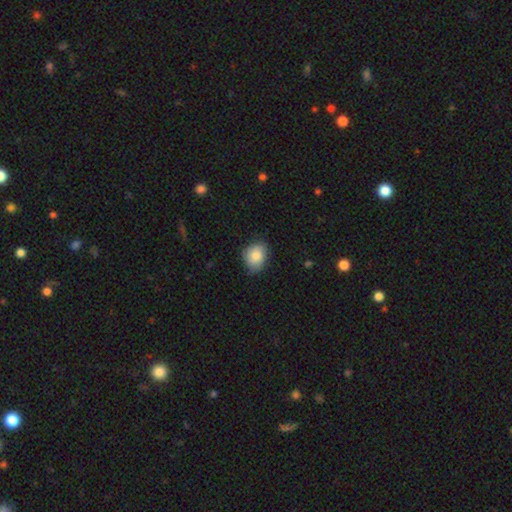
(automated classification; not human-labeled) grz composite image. It shows a smooth galaxy with no disk features (84%) that is in between round and cigar-shaped (53%). Merging: none (69%).